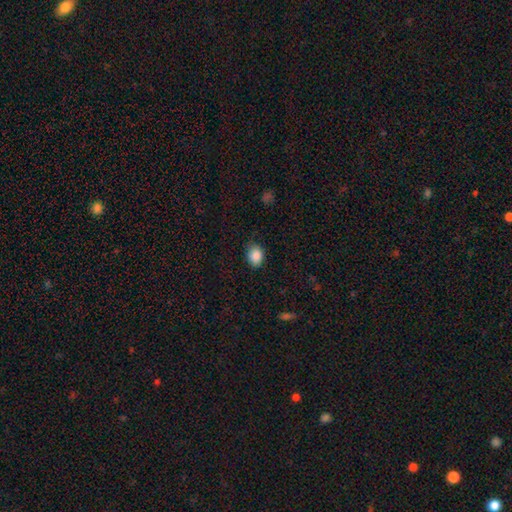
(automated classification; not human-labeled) A smooth galaxy with no disk features (88%) that is in between round and cigar-shaped (64%).

Vote fractions:
- Smooth or featured? smooth: 88% / star or artifact: 8% / featured or disk: 4%
- How rounded? in between: 64% / round: 35% / cigar-shaped: 1%
- Merging? none: 75% / minor disturbance: 20% / major disturbance: 4% / merger: 1%